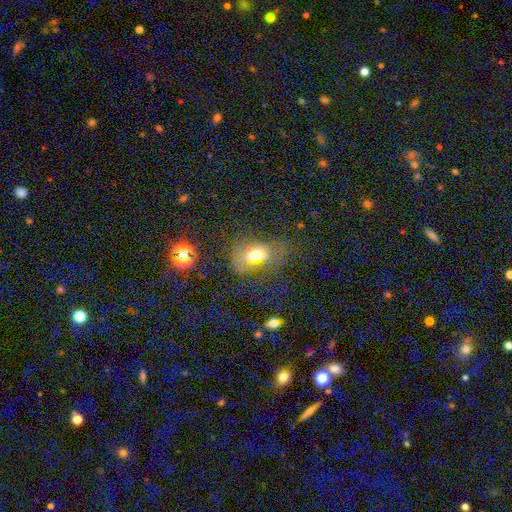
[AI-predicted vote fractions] Overall: smooth (52%; featured or disk 27%). How rounded: in between (66%; round 31%). Merging: none (45%; major disturbance 29%).